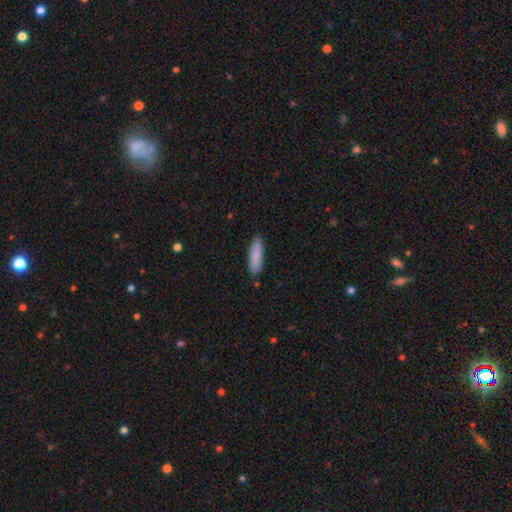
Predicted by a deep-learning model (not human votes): Smooth or featured? smooth (86%)
How rounded? cigar-shaped (65%)
Merging? none (87%)